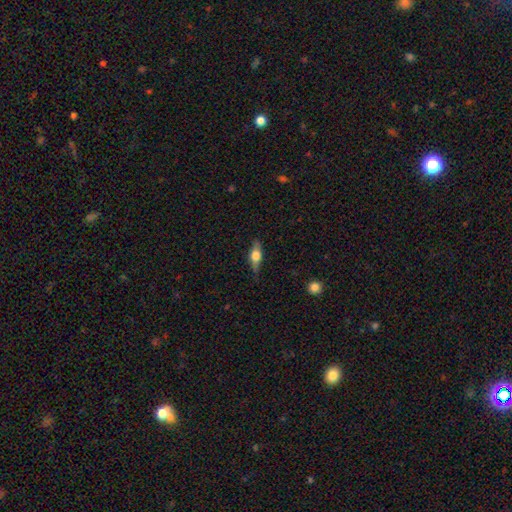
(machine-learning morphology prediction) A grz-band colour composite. It shows a featured or disk galaxy (49%). Merging: none (80%).